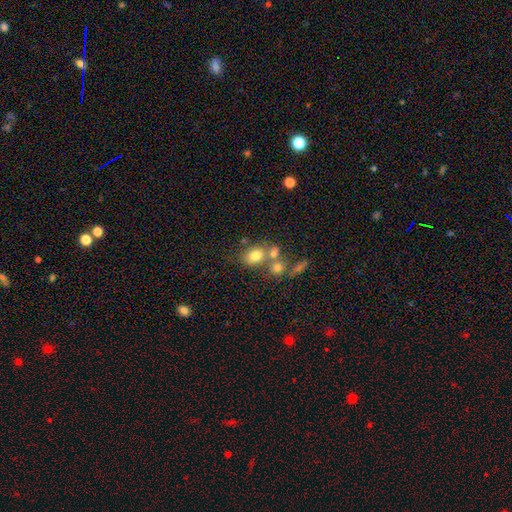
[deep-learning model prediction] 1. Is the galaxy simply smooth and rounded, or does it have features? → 74% smooth, 14% featured or disk, 12% star or artifact.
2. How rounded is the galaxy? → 61% in between, 38% round, 1% cigar-shaped.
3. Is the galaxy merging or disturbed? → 46% none, 36% merger, 12% minor disturbance, 6% major disturbance.